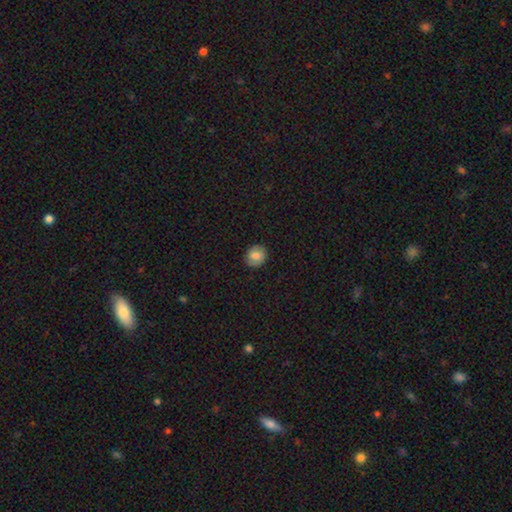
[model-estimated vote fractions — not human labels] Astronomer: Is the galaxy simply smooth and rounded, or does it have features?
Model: smooth — 76%.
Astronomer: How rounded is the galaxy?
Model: round — 74%.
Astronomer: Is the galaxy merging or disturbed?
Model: none — 87%.